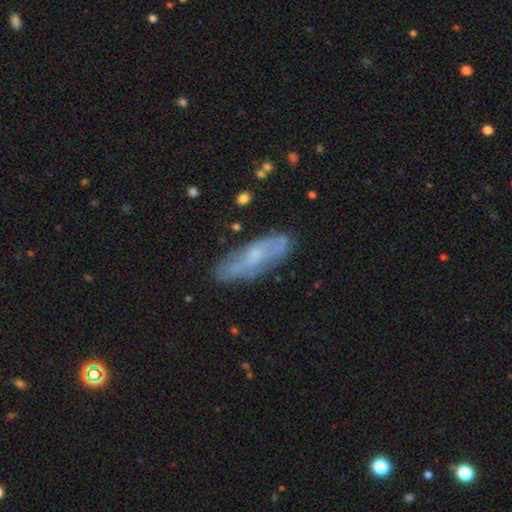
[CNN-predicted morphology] Smooth or featured? Predicted: featured or disk (p=0.52). Edge-on disk? Predicted: no (p=0.69). Merging? Predicted: none (p=0.78).